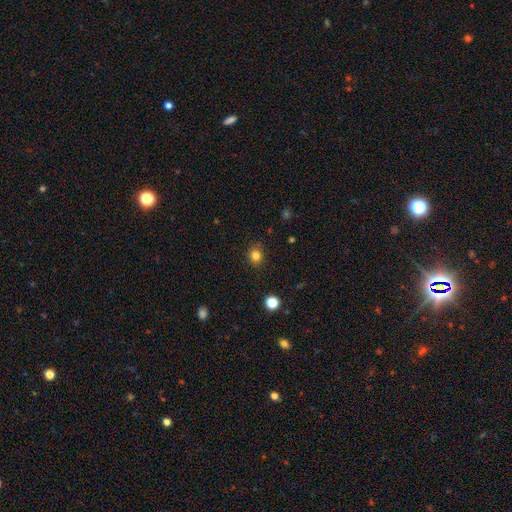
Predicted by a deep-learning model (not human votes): Smooth or featured? smooth (82%)
How rounded? round (72%)
Merging? none (86%)